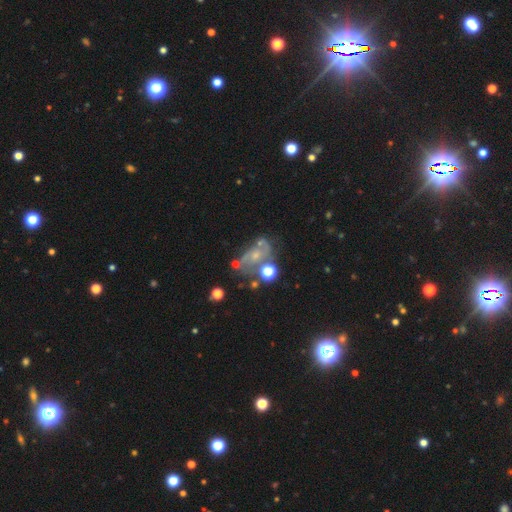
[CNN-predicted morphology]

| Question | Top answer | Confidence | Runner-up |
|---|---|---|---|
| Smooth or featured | featured or disk | 55% | smooth (24%) |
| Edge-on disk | no | 96% | yes (4%) |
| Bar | no | 75% | weak (19%) |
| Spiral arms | yes | 55% | no (45%) |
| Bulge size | small | 56% | moderate (28%) |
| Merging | none | 37% | major disturbance (25%) |